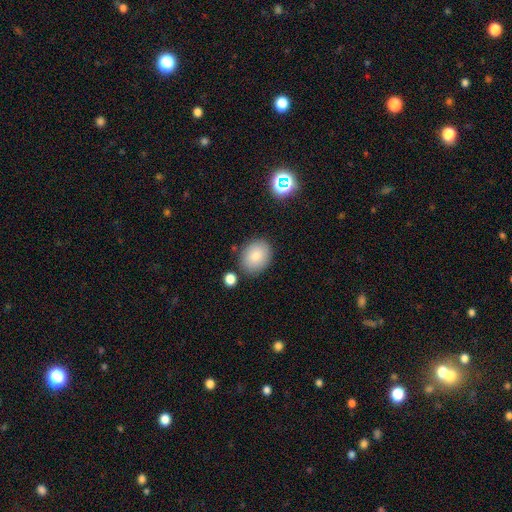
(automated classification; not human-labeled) Smooth or featured? smooth (83%)
How rounded? in between (50%)
Merging? none (82%)